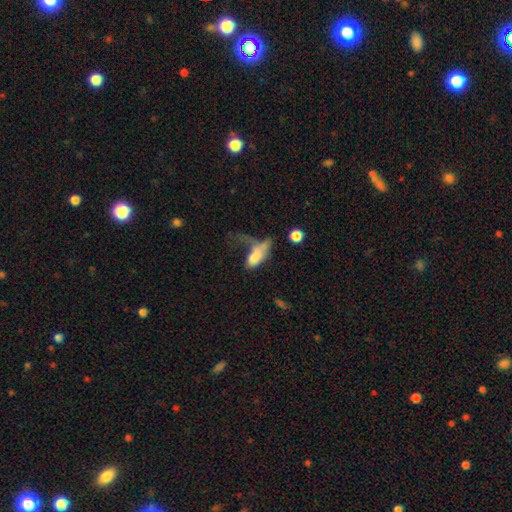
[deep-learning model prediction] Q: Smooth or featured?
A: smooth (65%); runner-up: featured or disk (25%)
Q: How rounded?
A: in between (83%); runner-up: cigar-shaped (12%)
Q: Merging?
A: major disturbance (51%); runner-up: merger (21%)